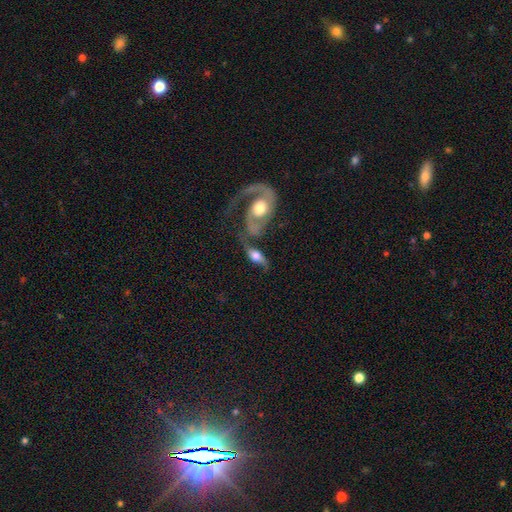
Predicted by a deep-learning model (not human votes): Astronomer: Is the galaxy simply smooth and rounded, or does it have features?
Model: featured or disk — 56% (runner-up: smooth, 37%).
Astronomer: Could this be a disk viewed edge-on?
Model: no — 74%.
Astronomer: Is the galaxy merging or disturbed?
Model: merger — 38% (runner-up: none, 33%).